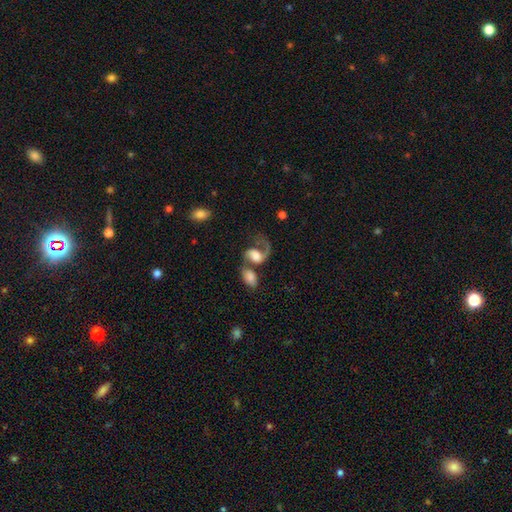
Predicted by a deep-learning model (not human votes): This is likely a featured or disk galaxy (64%). It is clearly not viewed edge-on (97%). Bar: possibly no (55%). Spiral arm pattern: clearly yes (87%). Spiral arm count: possibly 1 (48%). Spiral winding: likely loose (63%). Central bulge: marginally large (38%). Merging: possibly merger (48%).